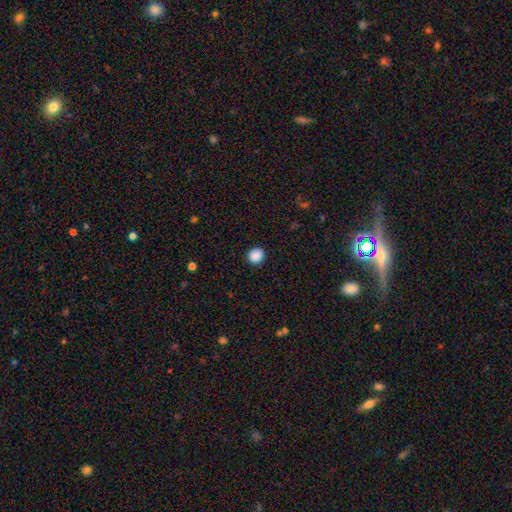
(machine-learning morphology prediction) Smooth or featured: smooth — 88% (star or artifact — 9%)
How rounded: round — 86% (in between — 13%)
Merging: none — 91% (minor disturbance — 6%)